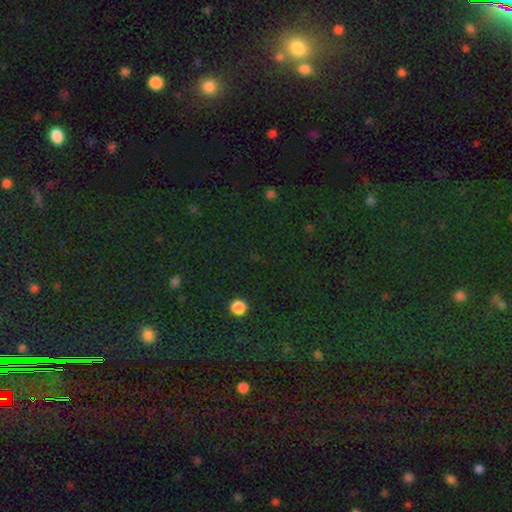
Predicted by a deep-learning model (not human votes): The model was most divided on "smooth or featured": star or artifact: 72%, smooth: 21%, featured or disk: 8%.